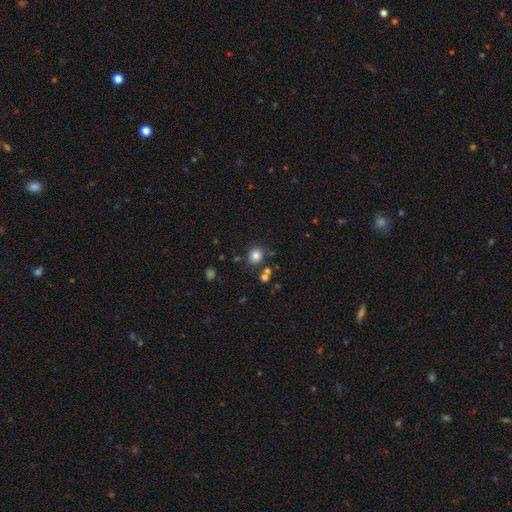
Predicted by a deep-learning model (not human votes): Smooth or featured? smooth (82%)
How rounded? round (87%)
Merging? none (79%)